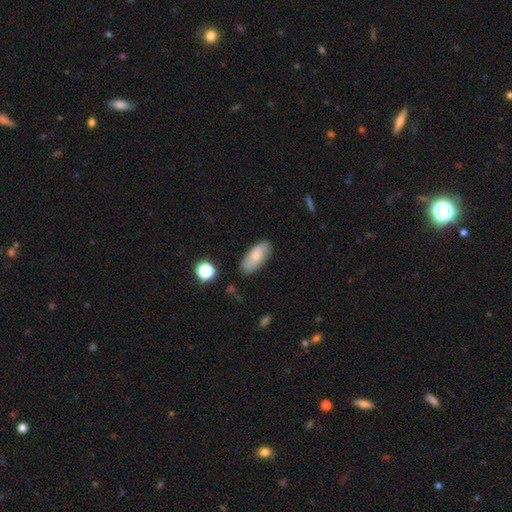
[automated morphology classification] This is likely a smooth galaxy (66%). How rounded: clearly in between (84%). Merging: clearly none (80%).